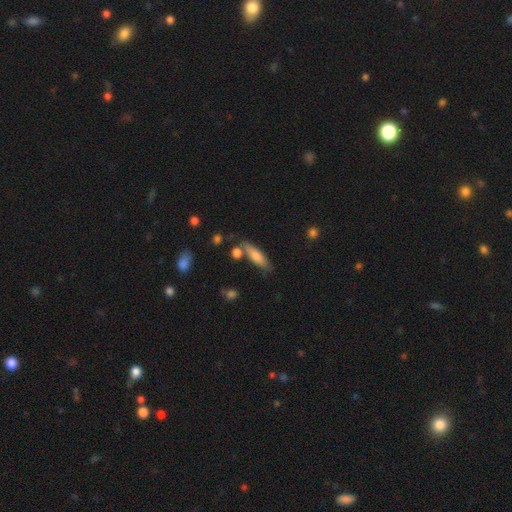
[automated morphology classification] smooth_or_featured: smooth (p=0.75) [alt: featured or disk p=0.18]
how_rounded: cigar-shaped (p=0.56) [alt: in between p=0.42]
merging: none (p=0.69) [alt: minor disturbance p=0.16]